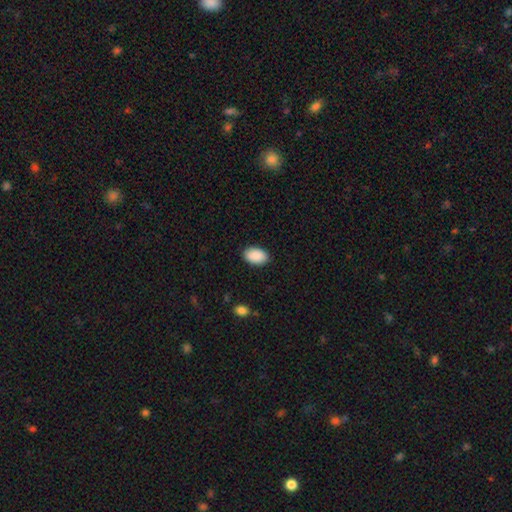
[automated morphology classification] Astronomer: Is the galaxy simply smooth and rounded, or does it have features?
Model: smooth — 91%.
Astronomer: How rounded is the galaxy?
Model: in between — 92%.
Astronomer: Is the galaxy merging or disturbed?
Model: none — 89%.